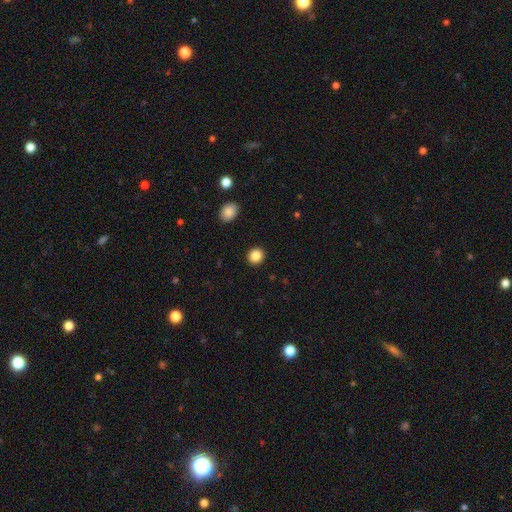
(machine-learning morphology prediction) Q: Smooth or featured?
A: smooth (87%); runner-up: star or artifact (9%)
Q: How rounded?
A: round (81%); runner-up: in between (18%)
Q: Merging?
A: none (92%); runner-up: minor disturbance (5%)